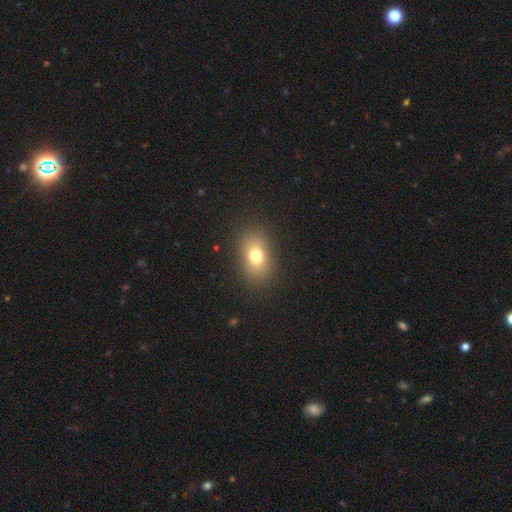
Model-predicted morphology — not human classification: Smooth or featured: smooth — 76% (star or artifact — 12%)
How rounded: in between — 76% (round — 23%)
Merging: none — 86% (minor disturbance — 9%)